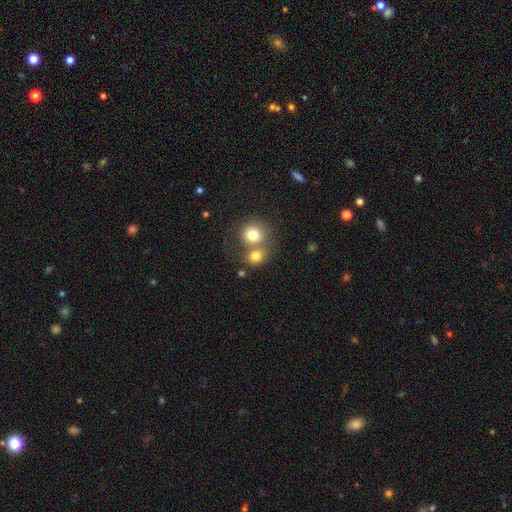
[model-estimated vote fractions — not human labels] Morphology: type=smooth (78%); roundness=round (71%); merging=merger (50%).